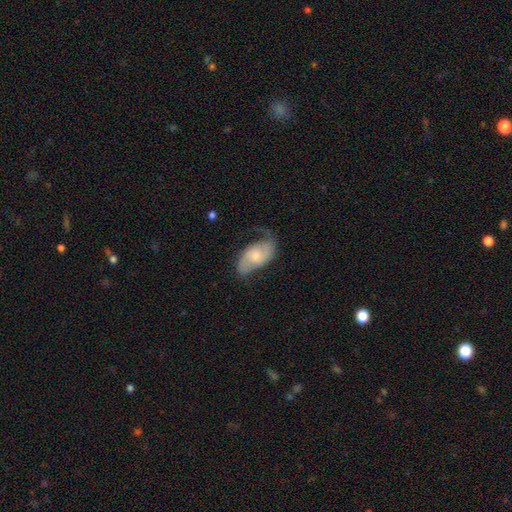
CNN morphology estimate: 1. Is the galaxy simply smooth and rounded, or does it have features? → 71% featured or disk, 23% smooth, 6% star or artifact.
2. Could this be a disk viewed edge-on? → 96% no, 4% yes.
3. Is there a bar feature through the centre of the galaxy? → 61% no, 33% weak, 7% strong.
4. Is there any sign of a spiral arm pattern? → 91% yes, 9% no.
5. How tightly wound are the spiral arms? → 49% loose, 38% medium, 14% tight.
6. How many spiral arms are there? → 83% 2, 8% 1, 6% can't tell, 1% 3, 1% 4, 1% more than 4.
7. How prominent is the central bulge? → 43% moderate (tied), 43% small (tied), 6% none, 6% large, 2% dominant.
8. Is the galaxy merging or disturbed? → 54% none, 25% minor disturbance, 20% major disturbance, 2% merger.